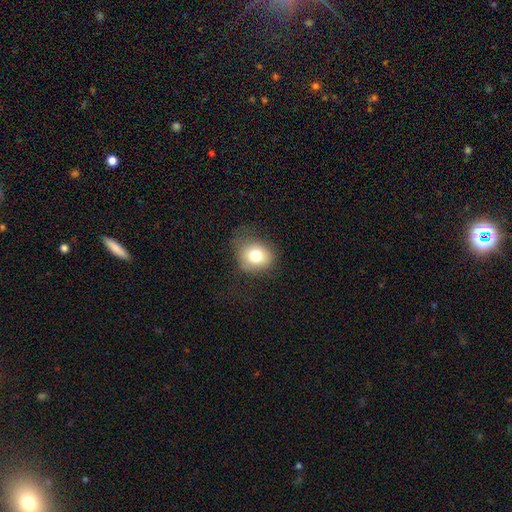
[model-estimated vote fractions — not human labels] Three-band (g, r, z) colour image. It shows a smooth galaxy with no disk features (78%) that is round (65%). Merging: none (65%).